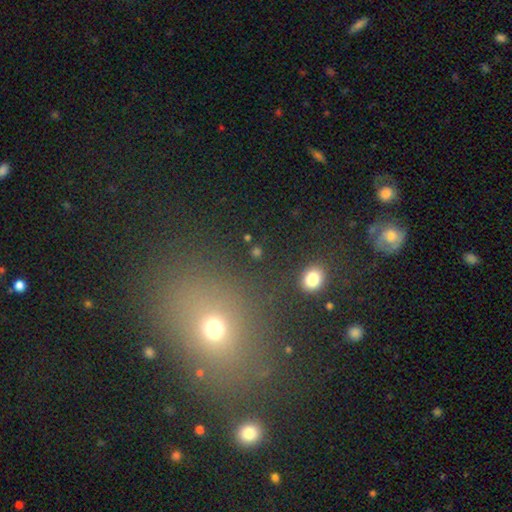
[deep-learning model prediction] Morphology: type=smooth (54%); roundness=round (57%); merging=none (81%).